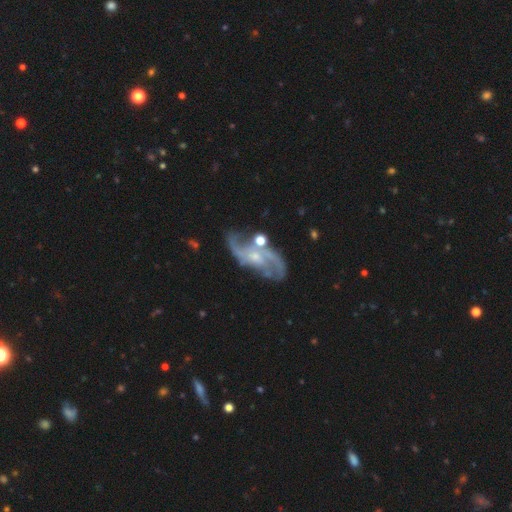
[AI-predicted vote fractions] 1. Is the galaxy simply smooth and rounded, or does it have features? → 88% featured or disk, 6% smooth, 6% star or artifact.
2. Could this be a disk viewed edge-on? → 96% no, 4% yes.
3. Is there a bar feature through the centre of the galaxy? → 55% no, 35% weak, 10% strong.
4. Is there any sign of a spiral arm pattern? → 96% yes, 4% no.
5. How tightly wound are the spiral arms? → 49% loose, 40% medium, 11% tight.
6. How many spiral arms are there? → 88% 2, 4% can't tell, 3% 3, 2% 1, 2% 4, 1% more than 4.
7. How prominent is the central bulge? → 65% small, 26% moderate, 6% none, 2% large, 1% dominant.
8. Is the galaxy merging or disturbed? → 62% none, 18% minor disturbance, 10% merger, 10% major disturbance.